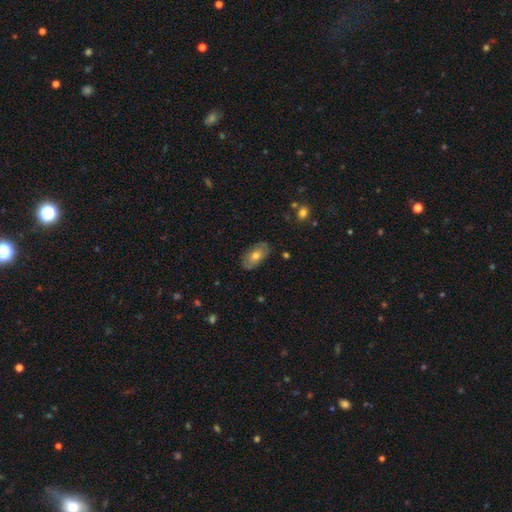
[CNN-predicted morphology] The model was most divided on "smooth or featured": smooth: 60%, featured or disk: 33%, star or artifact: 7%. More confident: how rounded — in between (92%); merging — none (79%).